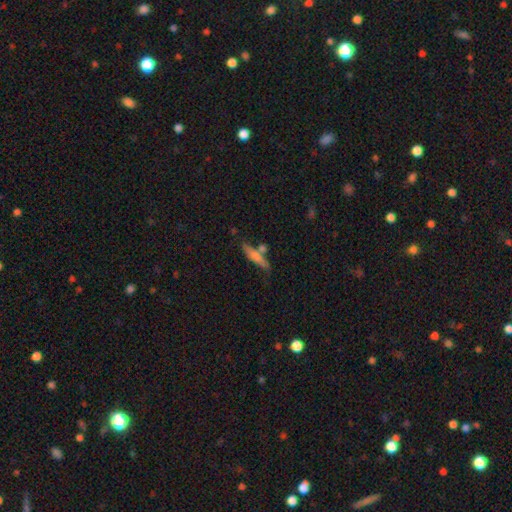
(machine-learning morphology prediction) The model was most divided on "smooth or featured": smooth: 61%, featured or disk: 31%, star or artifact: 9%. More confident: how rounded — cigar-shaped (86%); merging — none (69%).